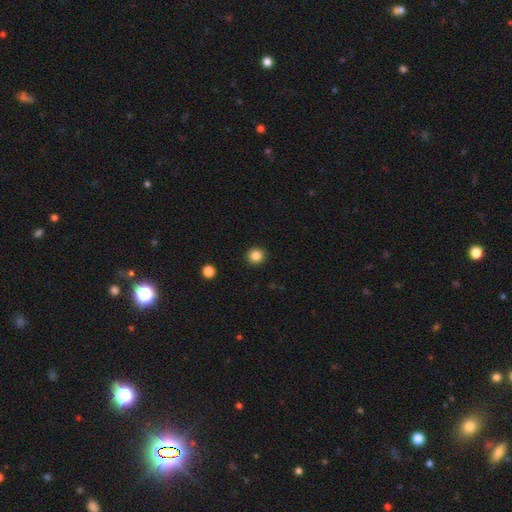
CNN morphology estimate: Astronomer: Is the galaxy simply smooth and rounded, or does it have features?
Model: smooth — 85%.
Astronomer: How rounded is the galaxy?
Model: round — 94%.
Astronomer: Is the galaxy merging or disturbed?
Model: none — 93%.